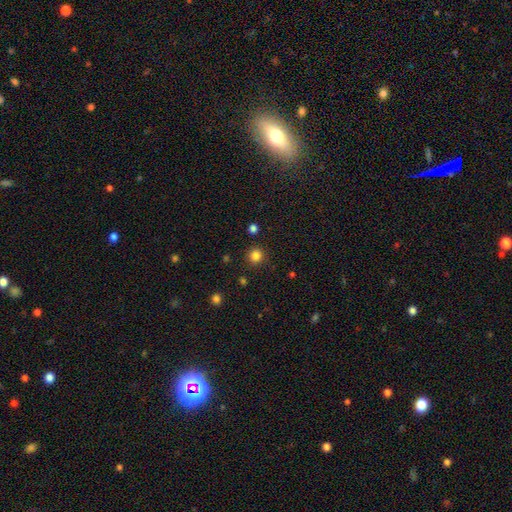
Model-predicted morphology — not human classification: Smooth or featured?
  - smooth: 83% *
  - star or artifact: 13%
  - featured or disk: 4%
How rounded?
  - round: 92% *
  - in between: 7%
  - cigar-shaped: 1%
Merging?
  - none: 88% *
  - minor disturbance: 7%
  - major disturbance: 3%
  - merger: 2%